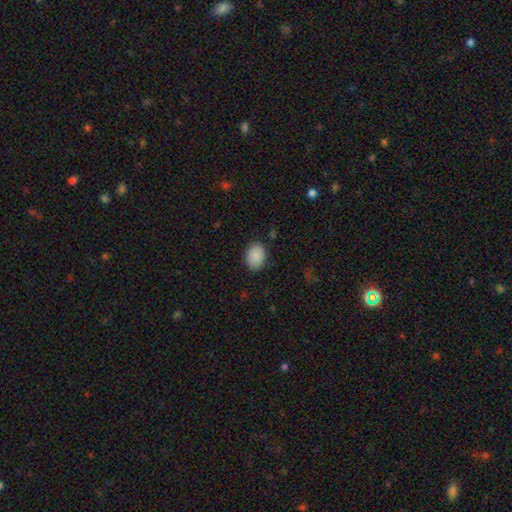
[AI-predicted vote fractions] This is clearly a smooth galaxy (90%). How rounded: likely in between (69%). Merging: clearly none (86%).